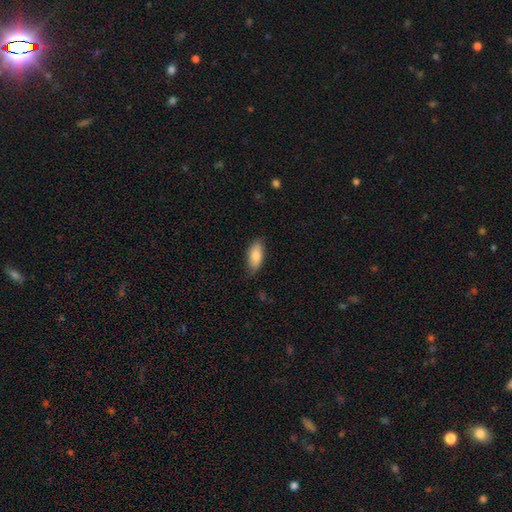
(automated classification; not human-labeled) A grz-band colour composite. It shows a smooth galaxy with no disk features (83%) that is in between round and cigar-shaped (87%). Merging: none (76%).